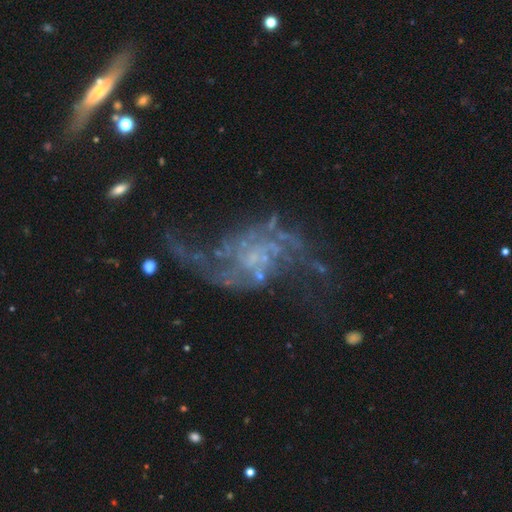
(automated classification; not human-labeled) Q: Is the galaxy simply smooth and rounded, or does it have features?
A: featured or disk — 86%.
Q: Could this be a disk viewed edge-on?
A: no — 97%.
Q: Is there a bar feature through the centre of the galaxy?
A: no — 59%.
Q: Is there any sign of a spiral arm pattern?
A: yes — 93%.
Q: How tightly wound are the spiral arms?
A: loose — 69%.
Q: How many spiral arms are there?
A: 2 — 82%.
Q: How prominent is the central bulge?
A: none — 52%.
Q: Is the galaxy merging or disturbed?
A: none — 47%.